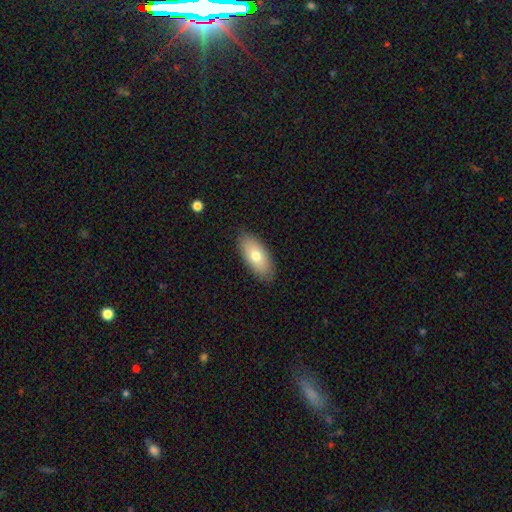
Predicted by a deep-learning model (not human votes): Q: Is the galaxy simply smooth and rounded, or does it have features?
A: smooth — 72%.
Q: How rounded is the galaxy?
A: in between — 88%.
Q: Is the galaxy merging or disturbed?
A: none — 87%.